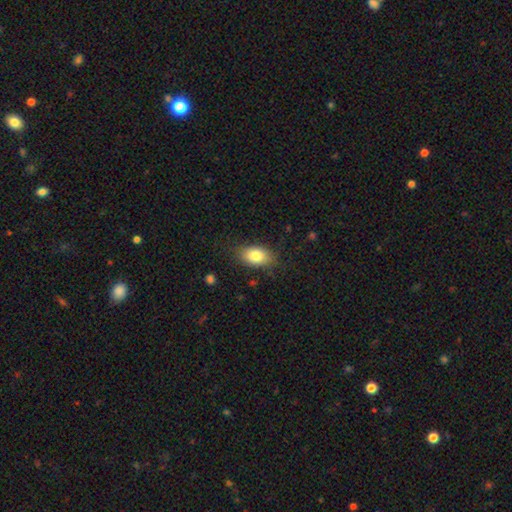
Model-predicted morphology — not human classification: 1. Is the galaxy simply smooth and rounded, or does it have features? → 82% smooth, 10% featured or disk, 8% star or artifact.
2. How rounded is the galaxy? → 89% in between, 9% round, 2% cigar-shaped.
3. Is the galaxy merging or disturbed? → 81% none, 14% minor disturbance, 4% major disturbance, 1% merger.